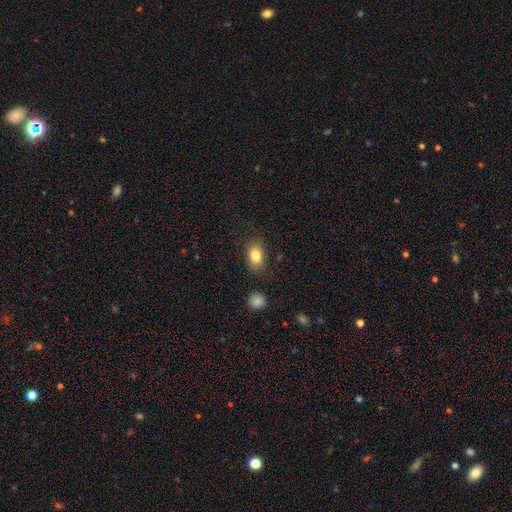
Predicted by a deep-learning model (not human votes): smooth 82%, featured or disk 9%, star or artifact 8%. Down the decision tree: how rounded — in between (83%); merging — none (82%).